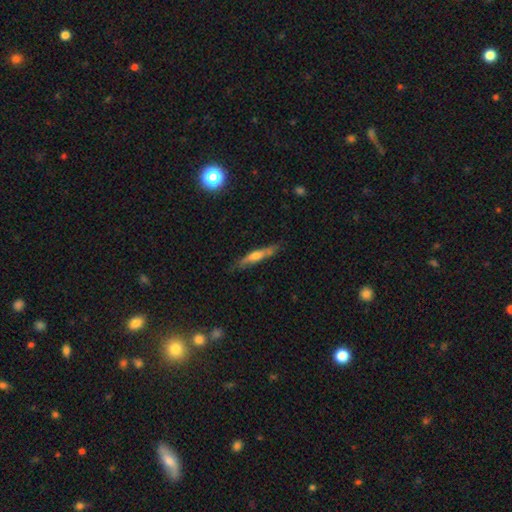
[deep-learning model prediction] featured or disk 47%, smooth 46%, star or artifact 7%. Down the decision tree: merging — none (76%).